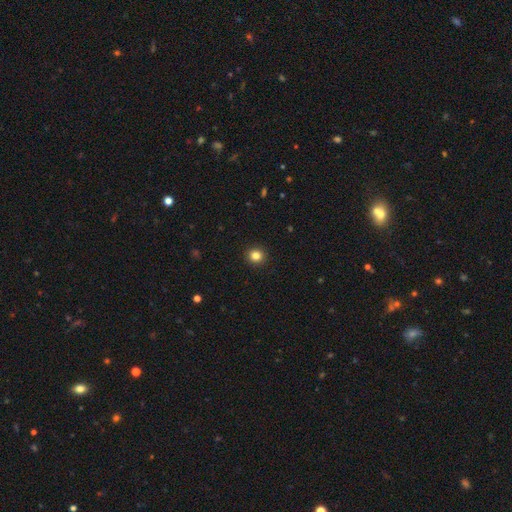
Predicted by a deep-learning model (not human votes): Overall: smooth (84%). How rounded: round (92%). Merging: none (93%).